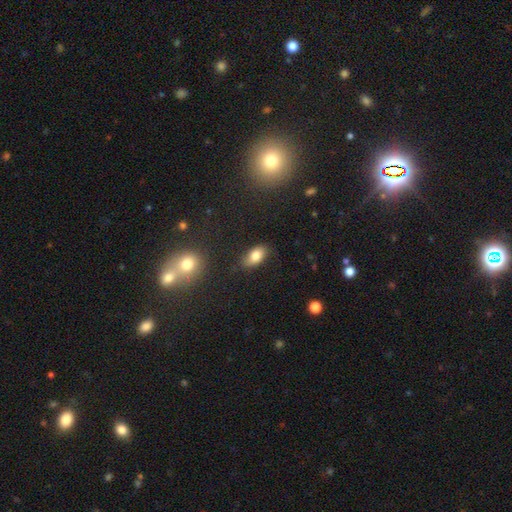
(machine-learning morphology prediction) smooth-or-featured: smooth: 80% | featured or disk: 11% | star or artifact: 9%
  how-rounded: in between: 90% | round: 6% | cigar-shaped: 4%
  merging: none: 81% | minor disturbance: 14% | major disturbance: 3% | merger: 2%